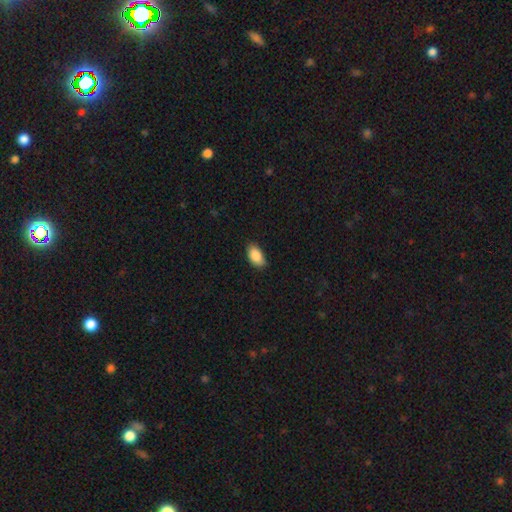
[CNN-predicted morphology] Smooth or featured: smooth — 89% (star or artifact — 7%)
How rounded: in between — 94% (round — 4%)
Merging: none — 80% (minor disturbance — 17%)